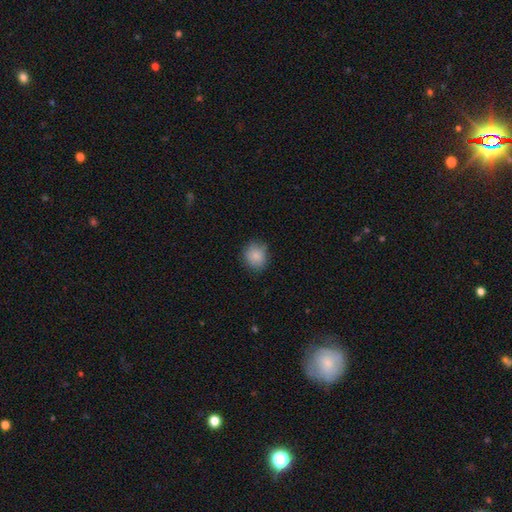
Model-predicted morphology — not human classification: Q: Smooth or featured?
A: smooth (86%); runner-up: star or artifact (8%)
Q: How rounded?
A: round (81%); runner-up: in between (18%)
Q: Merging?
A: none (82%); runner-up: minor disturbance (13%)